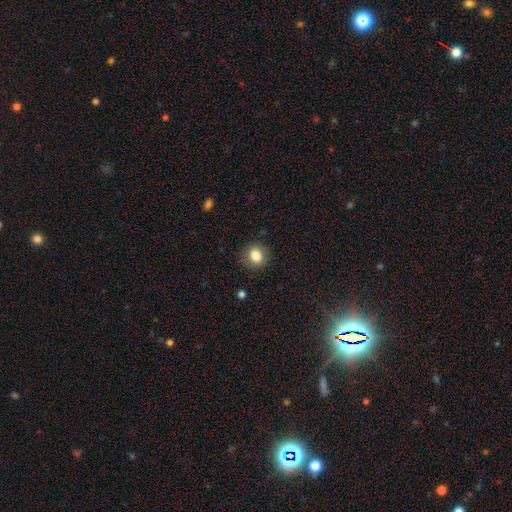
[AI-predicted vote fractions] This is clearly a smooth galaxy (83%). How rounded: clearly round (81%). Merging: clearly none (86%).